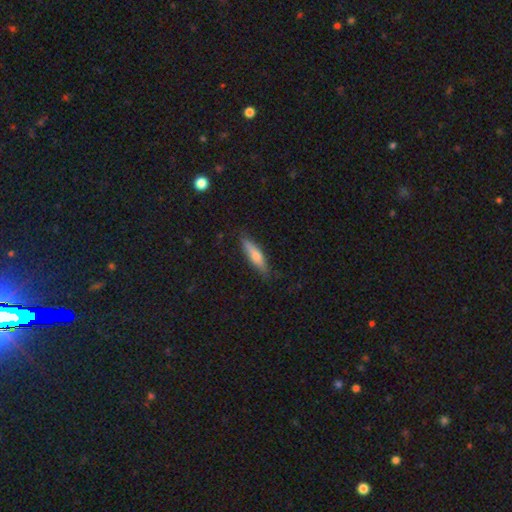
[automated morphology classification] Smooth or featured: smooth — 62% (featured or disk — 32%)
How rounded: cigar-shaped — 75% (in between — 23%)
Merging: none — 82% (minor disturbance — 14%)